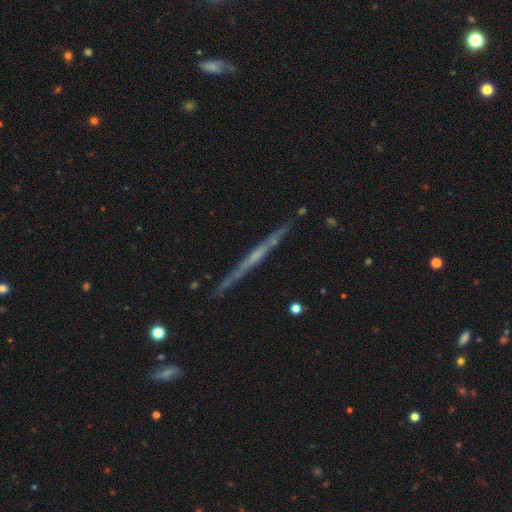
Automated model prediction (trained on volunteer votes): smooth-or-featured: featured or disk: 73% | smooth: 21% | star or artifact: 7%
  disk-edge-on: yes: 98% | no: 2%
    edge-on-bulge: none: 69% | rounded: 24% | boxy: 8%
  merging: none: 89% | minor disturbance: 8% | major disturbance: 2% | merger: 1%